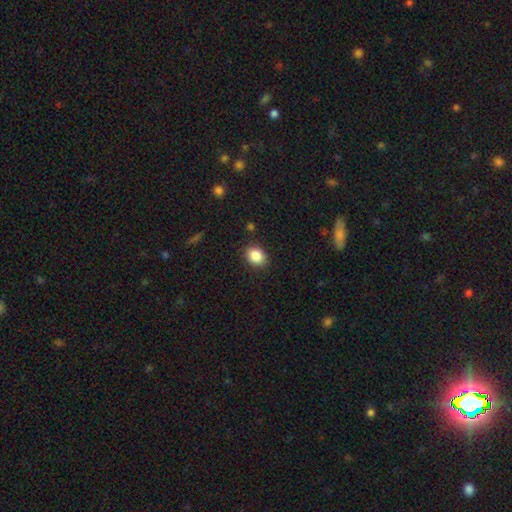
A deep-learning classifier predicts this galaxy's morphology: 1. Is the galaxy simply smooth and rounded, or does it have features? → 87% smooth, 9% star or artifact, 4% featured or disk.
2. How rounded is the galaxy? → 59% in between, 40% round, 1% cigar-shaped.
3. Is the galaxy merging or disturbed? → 87% none, 10% minor disturbance, 3% major disturbance, 1% merger.